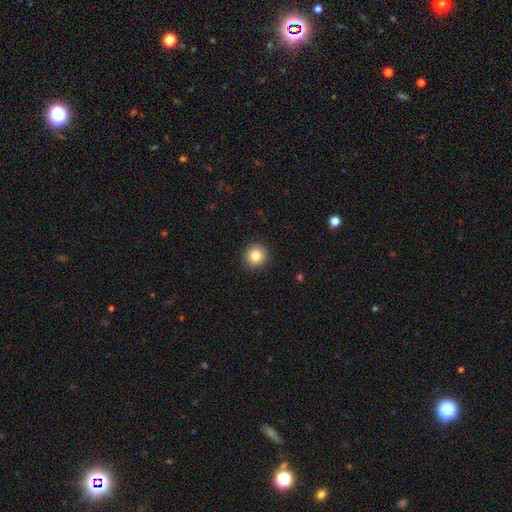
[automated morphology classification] This appears to be a smooth galaxy with no disk features (83%) that is round (94%). Merging: none (91%).